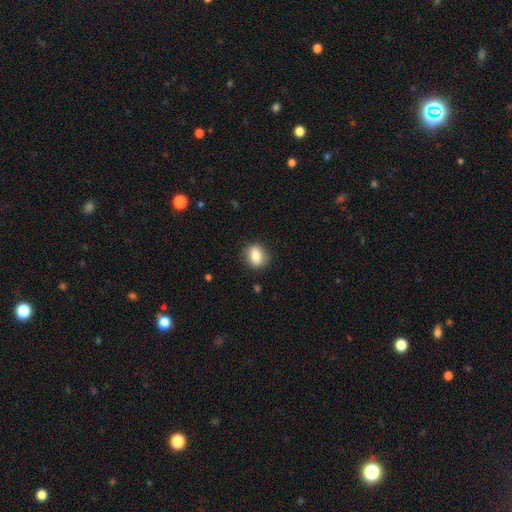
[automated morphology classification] A smooth galaxy with no disk features (81%) that is in between round and cigar-shaped (52%). Merging: none (85%).